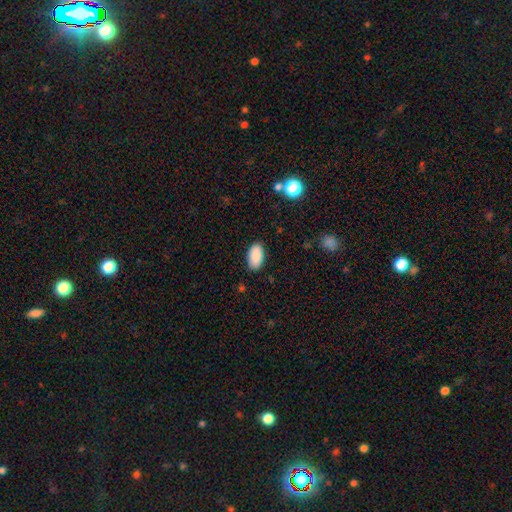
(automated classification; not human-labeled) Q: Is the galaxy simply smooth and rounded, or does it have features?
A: smooth — 89%.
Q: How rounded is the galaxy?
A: in between — 95%.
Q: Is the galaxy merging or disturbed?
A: none — 86%.